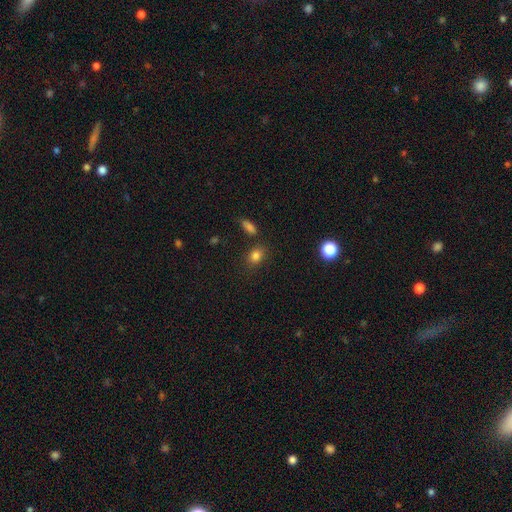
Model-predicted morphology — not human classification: The model was most divided on "how rounded": in between: 57%, round: 42%, cigar-shaped: 2%. More confident: smooth or featured — smooth (82%); merging — none (79%).